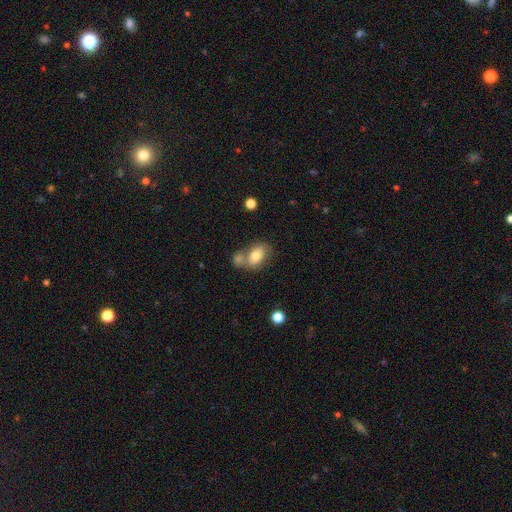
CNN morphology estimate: This is likely a smooth galaxy (75%). How rounded: clearly in between (81%). Merging: marginally merger (43%).